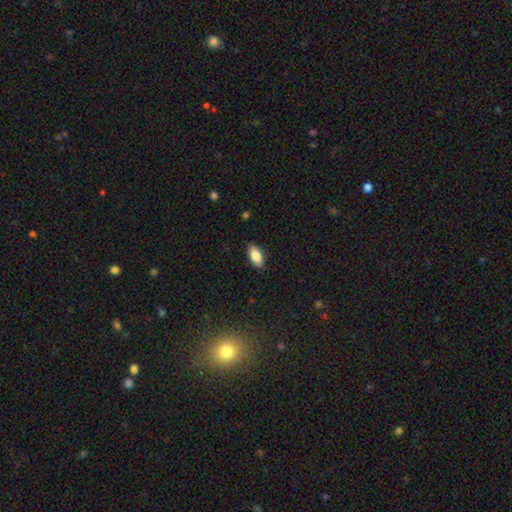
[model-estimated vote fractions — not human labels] smooth 87%, star or artifact 7%, featured or disk 6%. Down the decision tree: how rounded — in between (92%); merging — none (88%).